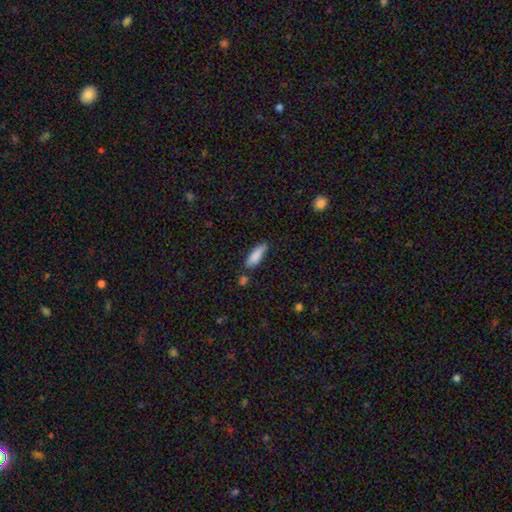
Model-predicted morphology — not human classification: Smooth or featured?
  - smooth: 86% *
  - featured or disk: 8%
  - star or artifact: 6%
How rounded?
  - cigar-shaped: 50% *
  - in between: 48%
  - round: 2%
Merging?
  - none: 72% *
  - minor disturbance: 18%
  - merger: 6%
  - major disturbance: 4%